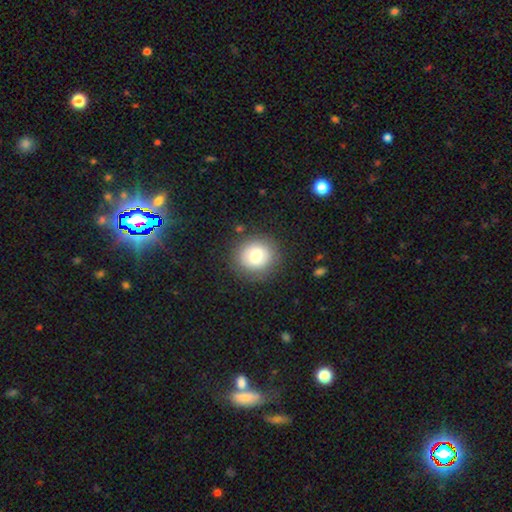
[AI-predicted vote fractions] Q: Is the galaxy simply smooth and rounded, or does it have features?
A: smooth — 70%.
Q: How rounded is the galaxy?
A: round — 86%.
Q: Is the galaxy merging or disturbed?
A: none — 84%.